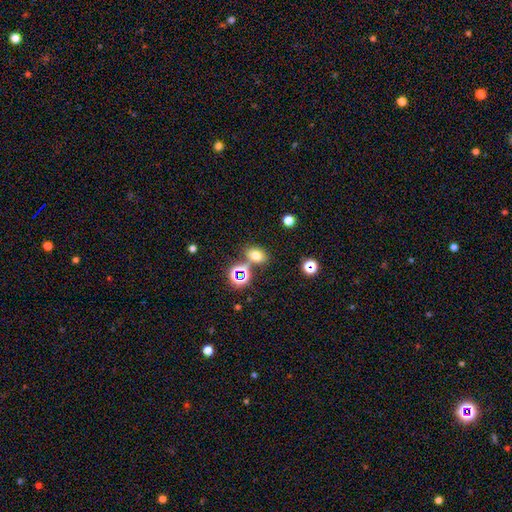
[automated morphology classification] smooth-or-featured: smooth: 70% | star or artifact: 20% | featured or disk: 10%
  how-rounded: in between: 71% | round: 28% | cigar-shaped: 2%
  merging: none: 66% | merger: 18% | minor disturbance: 11% | major disturbance: 4%